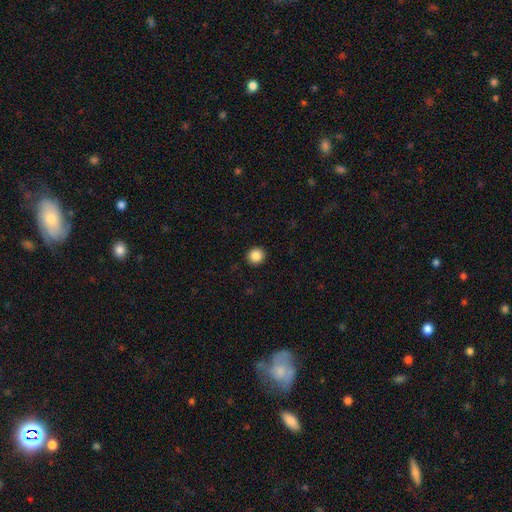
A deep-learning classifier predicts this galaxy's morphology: smooth 87%, star or artifact 10%, featured or disk 4%. Down the decision tree: how rounded — round (92%); merging — none (93%).